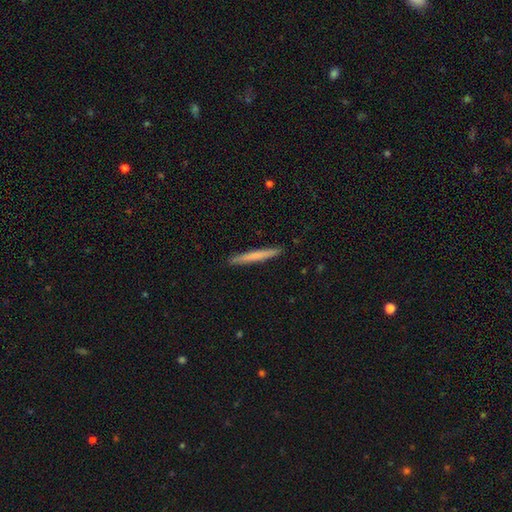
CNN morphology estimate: A smooth galaxy with no disk features (66%) that is cigar-shaped (97%).

Vote fractions:
- Smooth or featured? smooth: 66% / featured or disk: 28% / star or artifact: 6%
- How rounded? cigar-shaped: 97% / in between: 2% / round: 1%
- Merging? none: 92% / minor disturbance: 6% / major disturbance: 1% / merger: 1%